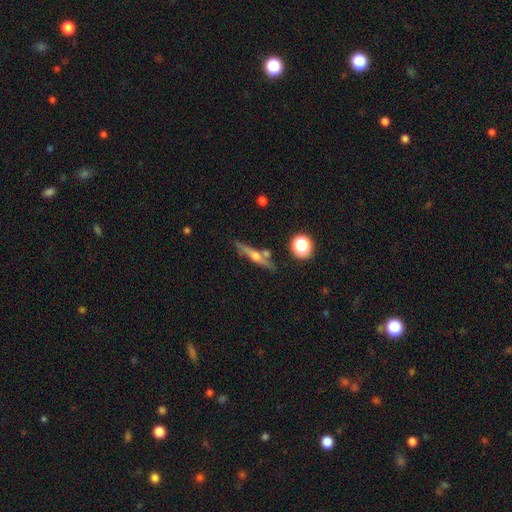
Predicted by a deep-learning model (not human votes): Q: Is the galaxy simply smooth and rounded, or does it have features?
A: featured or disk — 64%.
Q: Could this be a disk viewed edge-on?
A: yes — 95%.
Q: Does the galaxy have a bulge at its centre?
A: rounded — 88%.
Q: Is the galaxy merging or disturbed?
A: none — 80%.